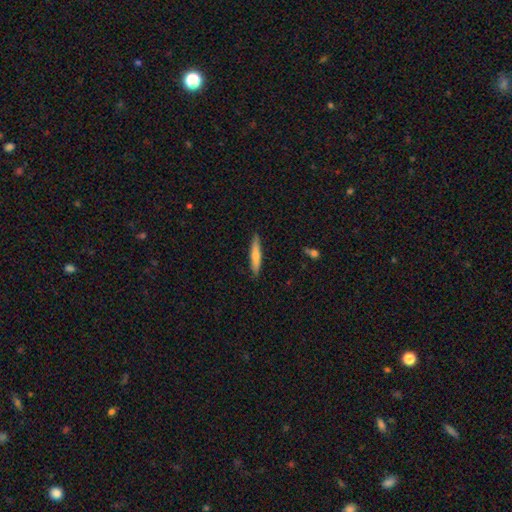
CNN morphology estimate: Q: Smooth or featured?
A: smooth (64%); runner-up: featured or disk (31%)
Q: How rounded?
A: cigar-shaped (89%); runner-up: in between (9%)
Q: Merging?
A: none (88%); runner-up: minor disturbance (9%)